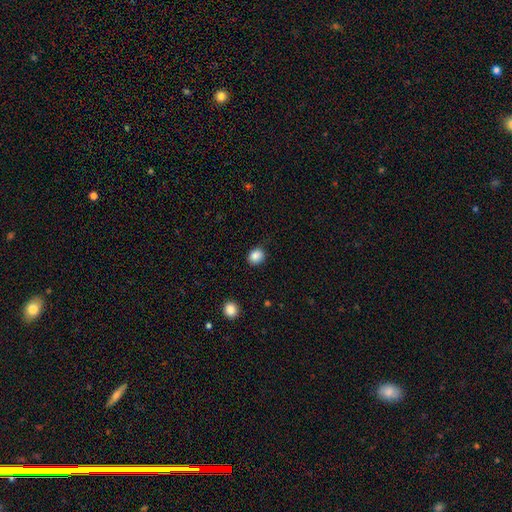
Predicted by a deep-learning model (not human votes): This is clearly a smooth galaxy (87%). How rounded: likely round (68%). Merging: clearly none (86%).